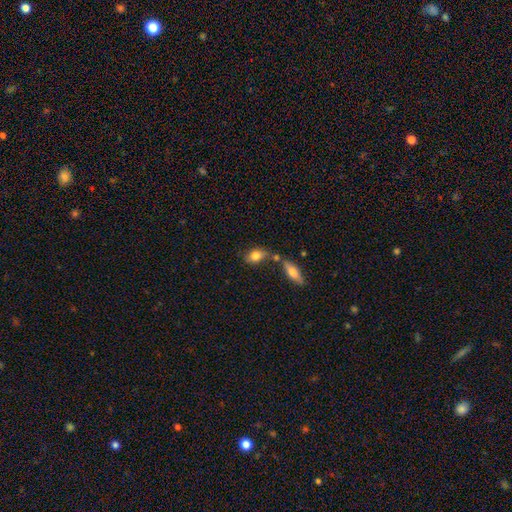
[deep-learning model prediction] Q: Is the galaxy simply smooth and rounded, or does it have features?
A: smooth — 79%.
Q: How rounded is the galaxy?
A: in between — 78%.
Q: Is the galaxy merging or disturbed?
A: none — 50%.